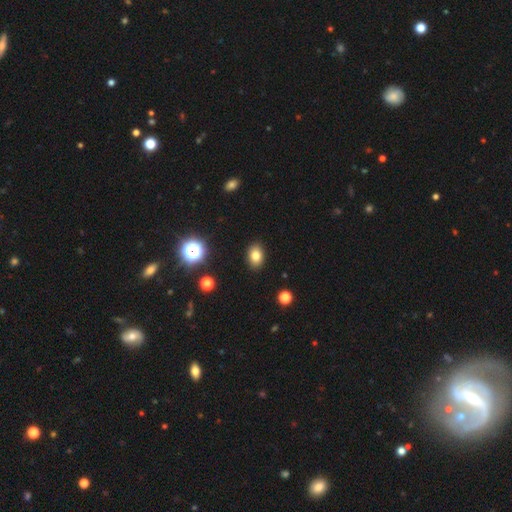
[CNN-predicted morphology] type=smooth (80%); roundness=in between (75%); merging=none (89%).